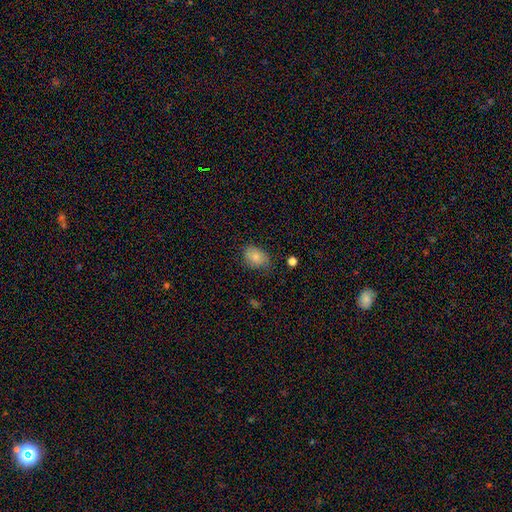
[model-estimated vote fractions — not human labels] Morphology: type=smooth (70%); roundness=in between (68%); merging=none (70%).